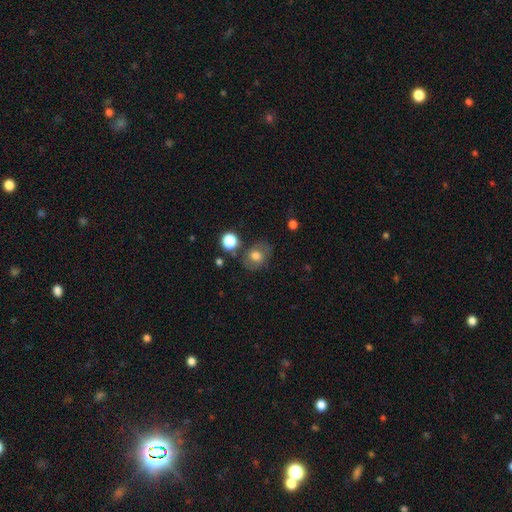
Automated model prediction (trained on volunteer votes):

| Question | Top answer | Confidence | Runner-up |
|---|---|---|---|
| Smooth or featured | smooth | 62% | featured or disk (27%) |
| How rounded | round | 52% | in between (47%) |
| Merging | none | 68% | minor disturbance (17%) |